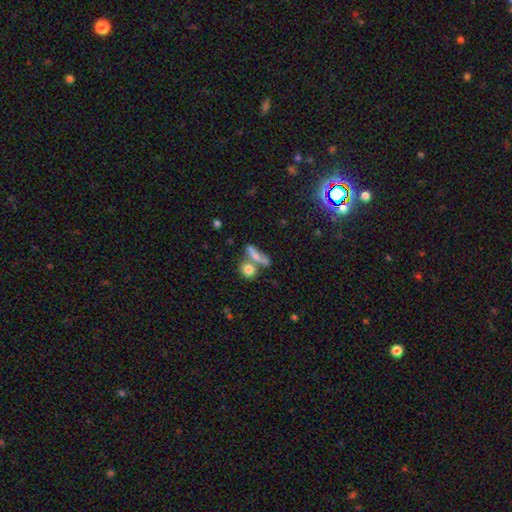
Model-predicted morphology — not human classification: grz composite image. It shows a smooth galaxy with no disk features (65%) that is cigar-shaped (44%). Merging: none (45%).